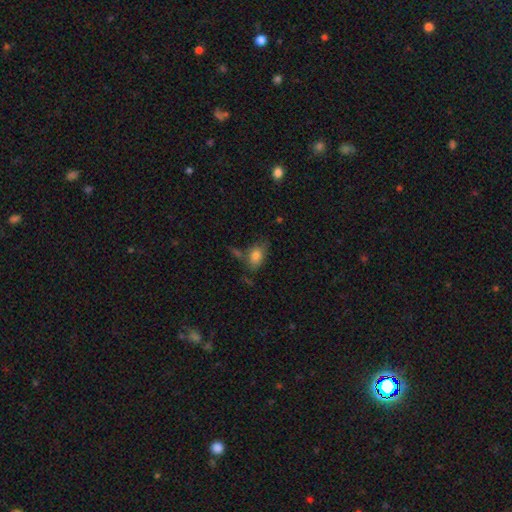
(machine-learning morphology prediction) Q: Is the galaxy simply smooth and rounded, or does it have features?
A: smooth — 79%.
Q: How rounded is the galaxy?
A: in between — 83%.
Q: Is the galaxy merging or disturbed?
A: none — 55%.